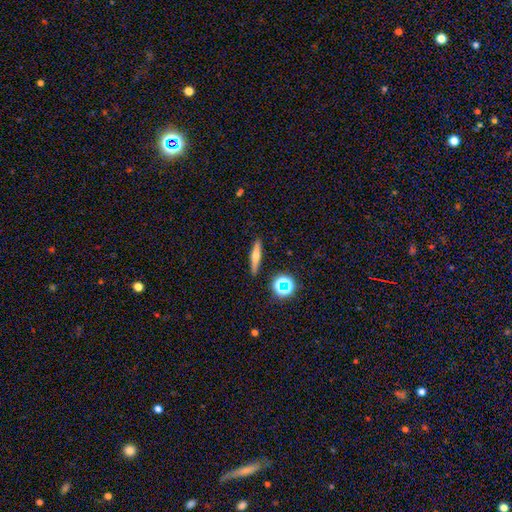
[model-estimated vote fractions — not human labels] A smooth galaxy with no disk features (53%) that is cigar-shaped (82%). Merging: none (88%).